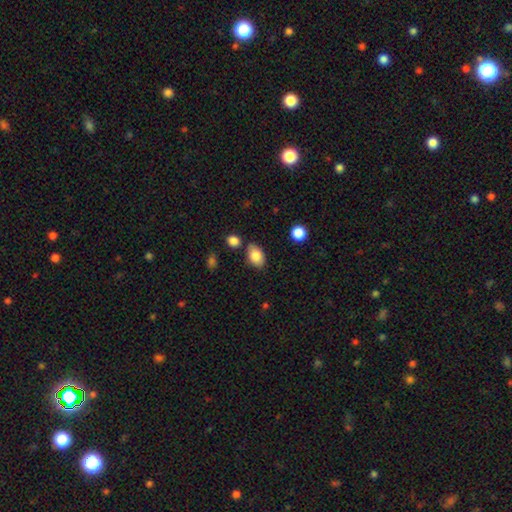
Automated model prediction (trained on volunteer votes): Smooth or featured? smooth (84%)
How rounded? in between (86%)
Merging? none (75%)